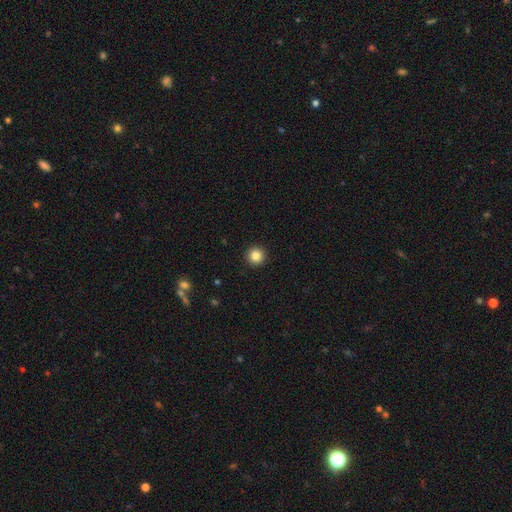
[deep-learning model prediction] smooth-or-featured: smooth: 84% | star or artifact: 11% | featured or disk: 5%
  how-rounded: round: 96% | in between: 3% | cigar-shaped: 1%
  merging: none: 93% | minor disturbance: 4% | major disturbance: 2% | merger: 1%